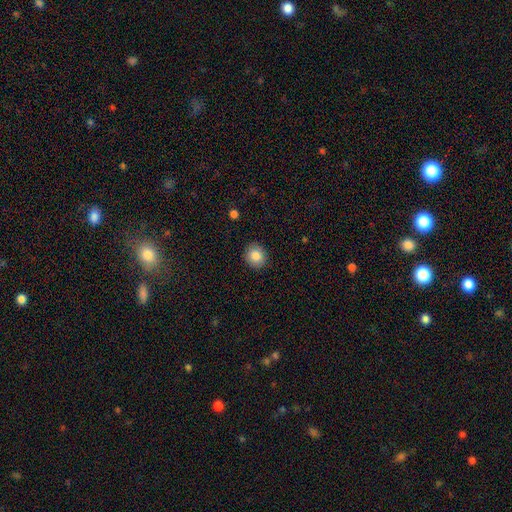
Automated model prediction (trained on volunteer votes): smooth_or_featured: smooth (p=0.85) [alt: star or artifact p=0.08]
how_rounded: round (p=0.80) [alt: in between p=0.19]
merging: none (p=0.90) [alt: minor disturbance p=0.08]